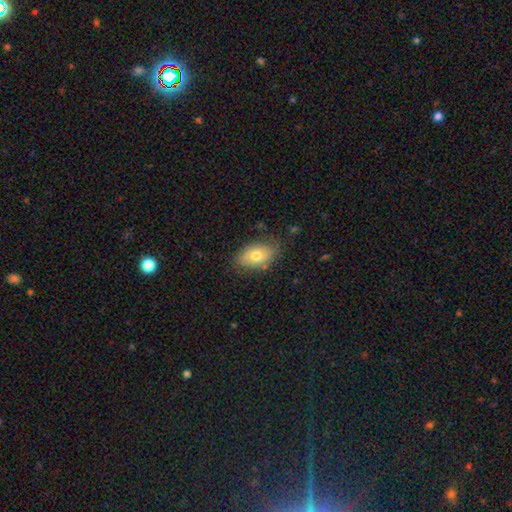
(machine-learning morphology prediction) smooth-or-featured: smooth: 72% | featured or disk: 20% | star or artifact: 8%
  how-rounded: in between: 90% | round: 8% | cigar-shaped: 2%
  merging: none: 80% | minor disturbance: 16% | major disturbance: 3% | merger: 2%